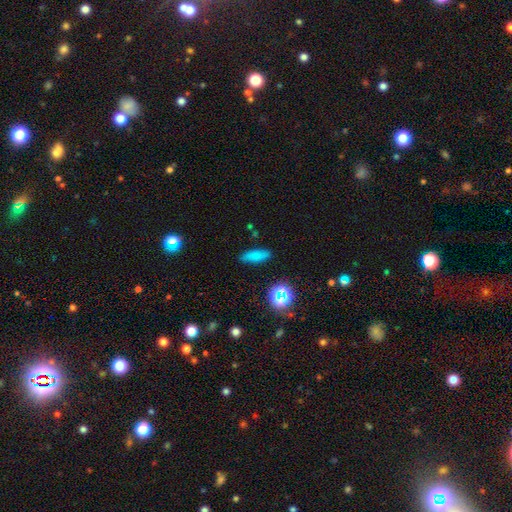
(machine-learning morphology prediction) A smooth galaxy with no disk features (77%) that is in between round and cigar-shaped (59%). Merging: none (85%).